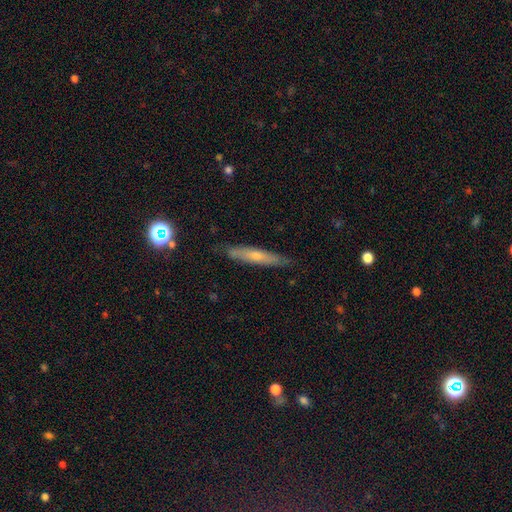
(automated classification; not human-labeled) The model was most divided on "smooth or featured": smooth: 47%, featured or disk: 45%, star or artifact: 8%. More confident: merging — none (83%).